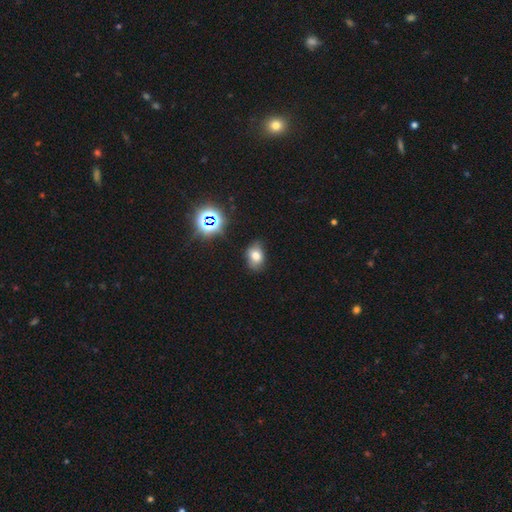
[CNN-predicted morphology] smooth-or-featured: smooth: 73% | star or artifact: 16% | featured or disk: 11%
  how-rounded: in between: 74% | round: 24% | cigar-shaped: 1%
  merging: none: 75% | minor disturbance: 19% | major disturbance: 4% | merger: 2%